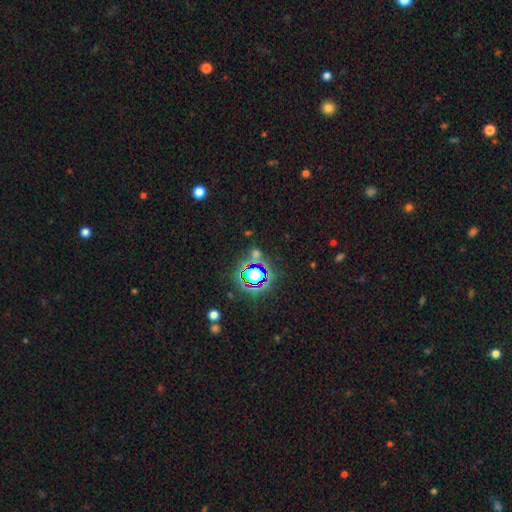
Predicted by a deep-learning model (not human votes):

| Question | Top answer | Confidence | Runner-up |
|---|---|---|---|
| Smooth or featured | star or artifact | 76% | smooth (16%) |